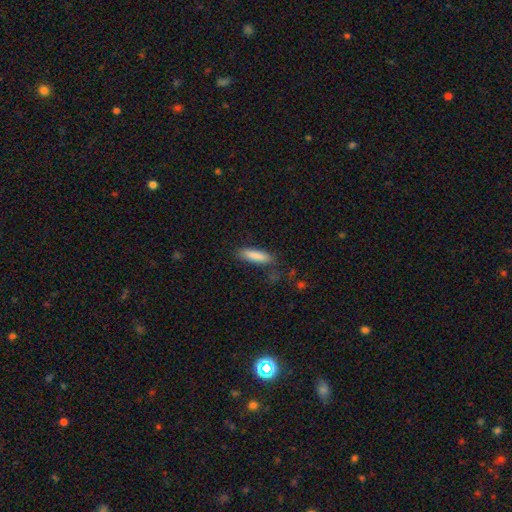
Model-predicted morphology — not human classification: Overall: smooth (85%). How rounded: cigar-shaped (68%; in between 31%). Merging: none (79%).